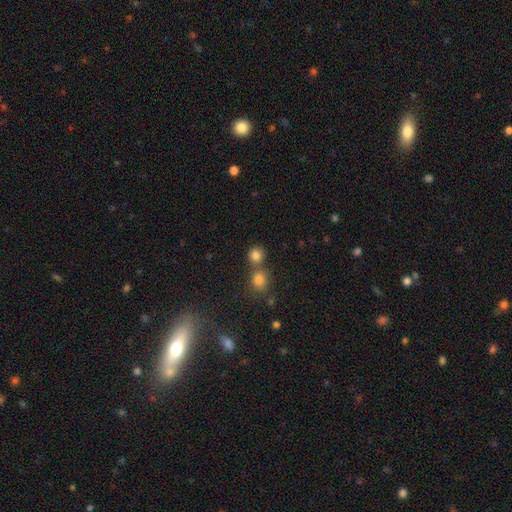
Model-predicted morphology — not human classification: Smooth or featured? smooth (80%)
How rounded? round (86%)
Merging? none (56%)